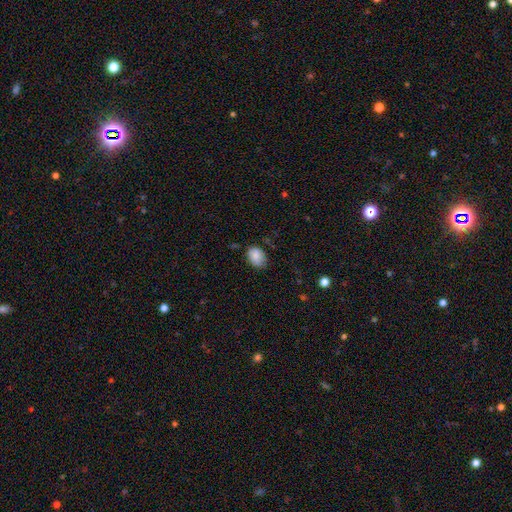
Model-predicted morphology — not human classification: This is clearly a smooth galaxy (86%). How rounded: likely in between (71%). Merging: likely none (71%).